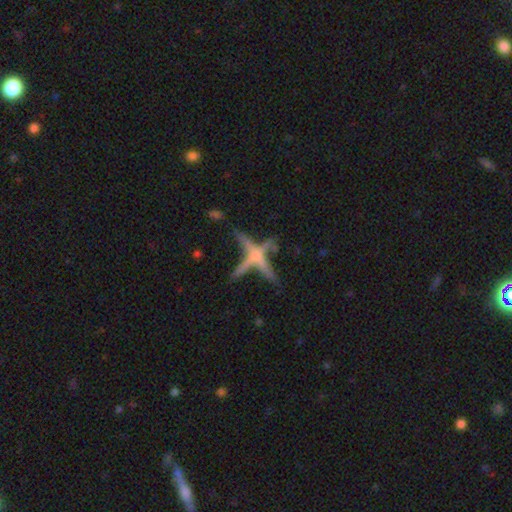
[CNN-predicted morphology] smooth-or-featured: featured or disk: 55% | smooth: 30% | star or artifact: 15%
  disk-edge-on: yes: 86% | no: 14%
  merging: none: 54% | merger: 27% | minor disturbance: 12% | major disturbance: 7%